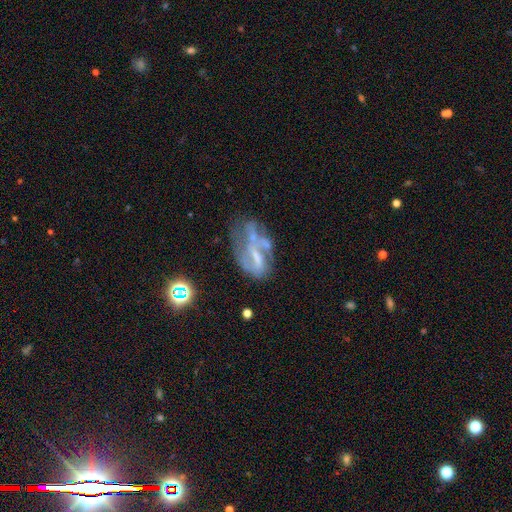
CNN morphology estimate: This appears to be a featured or disk galaxy (67%) with no bar (44%), spiral arms (50%, tied with no) and no central bulge (46%). Merging: major disturbance (31%, tied with none).